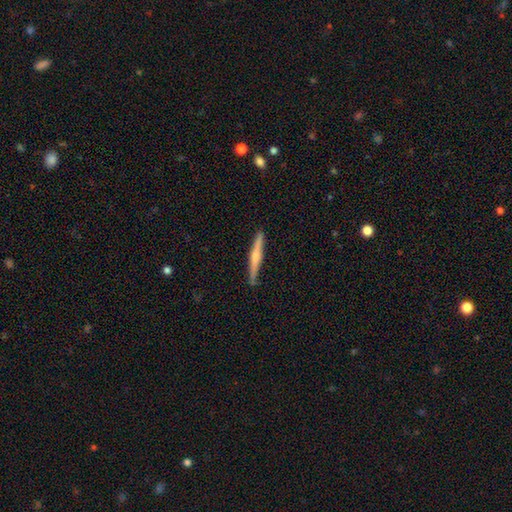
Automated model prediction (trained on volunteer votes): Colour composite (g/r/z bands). It shows a featured or disk galaxy (59%) viewed edge-on (97%) with a rounded central bulge (76%). Merging: none (87%).